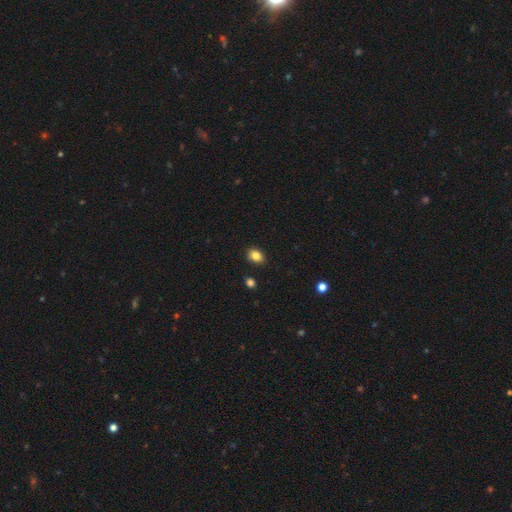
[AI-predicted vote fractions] A smooth galaxy with no disk features (85%) that is in between round and cigar-shaped (67%). Merging: none (86%).